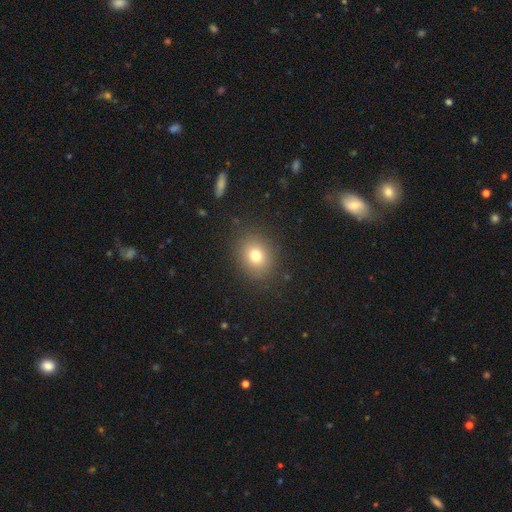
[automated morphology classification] Smooth or featured? smooth (76%)
How rounded? round (65%)
Merging? none (87%)